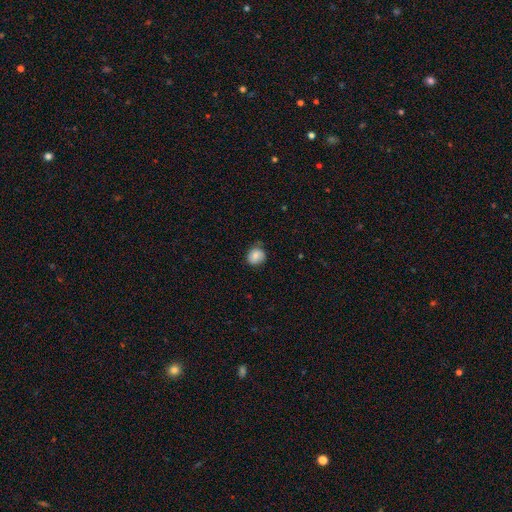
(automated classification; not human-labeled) Smooth or featured: smooth — 81% (featured or disk — 11%)
How rounded: round — 78% (in between — 21%)
Merging: none — 71% (minor disturbance — 23%)